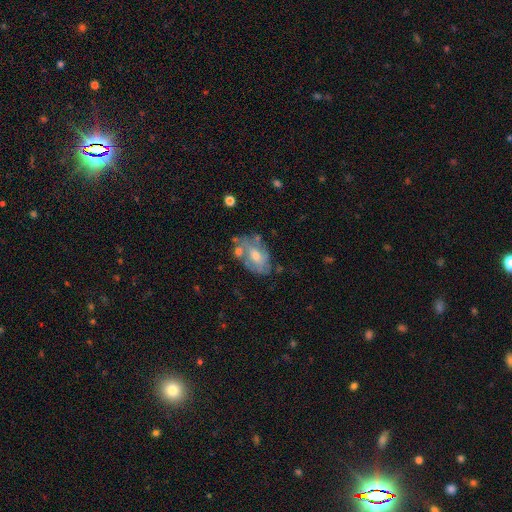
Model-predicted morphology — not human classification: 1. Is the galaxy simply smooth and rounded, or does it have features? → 59% featured or disk, 33% smooth, 8% star or artifact.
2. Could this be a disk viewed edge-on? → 94% no, 6% yes.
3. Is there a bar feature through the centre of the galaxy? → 63% no, 30% weak, 7% strong.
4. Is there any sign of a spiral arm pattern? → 54% yes, 46% no.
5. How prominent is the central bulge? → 62% moderate, 30% small, 4% large, 2% none, 1% dominant.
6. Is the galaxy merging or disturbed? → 53% none, 24% minor disturbance, 12% merger, 11% major disturbance.